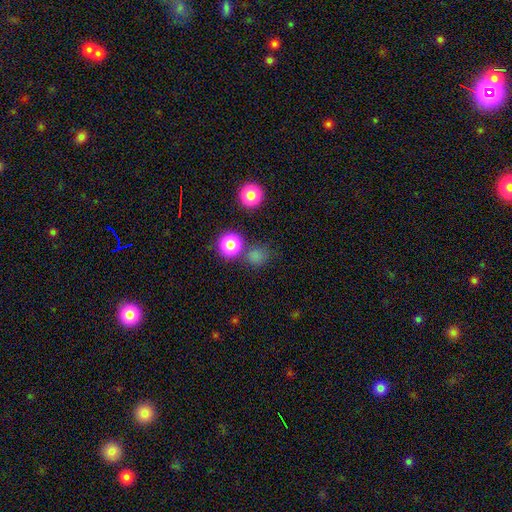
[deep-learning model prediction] This appears to be a smooth galaxy with no disk features (72%) that is round (87%). Merging: none (71%).